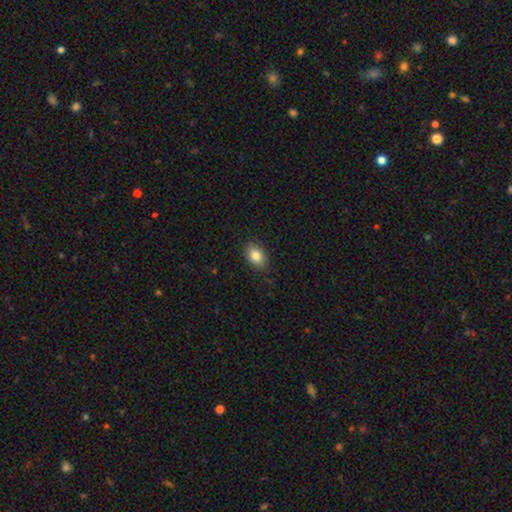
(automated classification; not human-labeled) smooth-or-featured: smooth: 84% | star or artifact: 9% | featured or disk: 8%
  how-rounded: in between: 78% | round: 21% | cigar-shaped: 1%
  merging: none: 86% | minor disturbance: 11% | major disturbance: 2% | merger: 1%